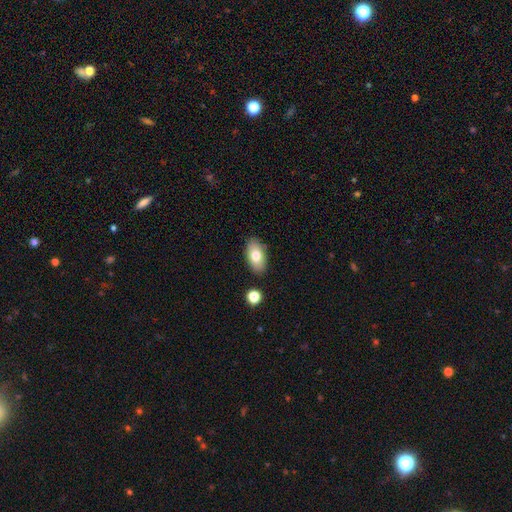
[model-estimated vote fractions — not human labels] A smooth galaxy with no disk features (77%) that is in between round and cigar-shaped (93%). Merging: none (86%).